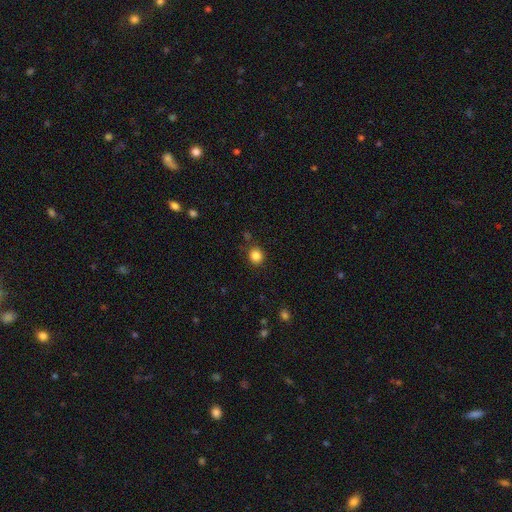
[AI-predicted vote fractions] This is clearly a smooth galaxy (85%). How rounded: clearly round (84%). Merging: clearly none (85%).